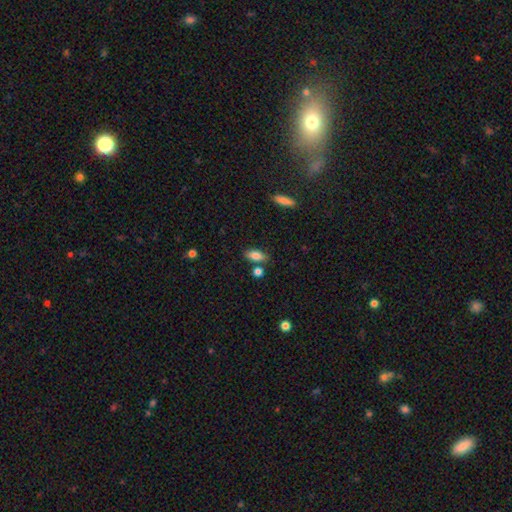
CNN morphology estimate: Overall: smooth (83%). How rounded: in between (85%). Merging: none (75%).